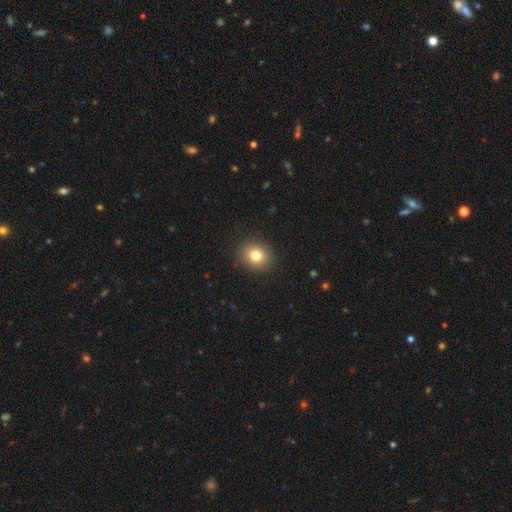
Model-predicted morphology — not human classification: Smooth or featured: smooth — 80% (star or artifact — 11%)
How rounded: round — 69% (in between — 31%)
Merging: none — 91% (minor disturbance — 6%)